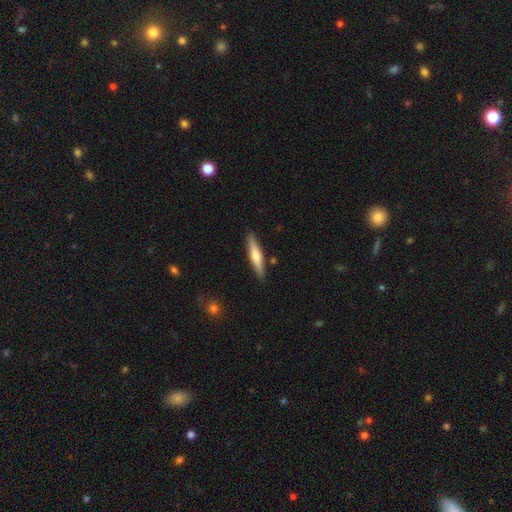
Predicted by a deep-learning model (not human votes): smooth_or_featured: smooth (p=0.52) [alt: featured or disk p=0.43]
how_rounded: cigar-shaped (p=0.86) [alt: in between p=0.12]
merging: none (p=0.88) [alt: minor disturbance p=0.08]